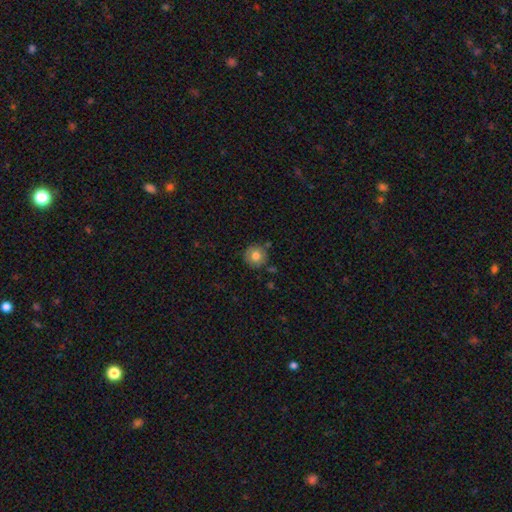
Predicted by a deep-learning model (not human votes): This is likely a smooth galaxy (77%). How rounded: clearly round (93%). Merging: clearly none (80%).